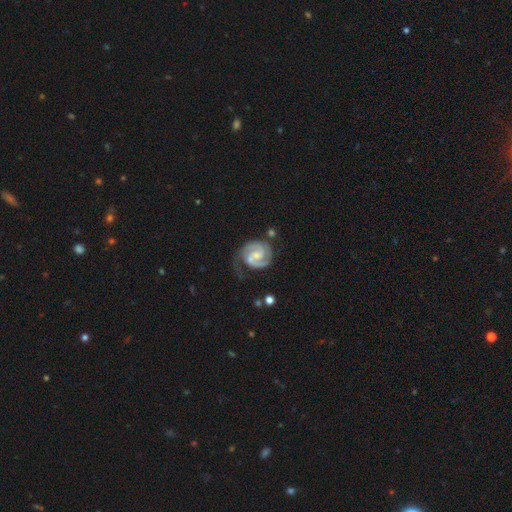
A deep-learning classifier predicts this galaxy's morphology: Smooth or featured?
  - featured or disk: 90% *
  - smooth: 6%
  - star or artifact: 4%
Edge-on disk?
  - no: 98% *
  - yes: 2%
Bar?
  - weak: 48% *
  - no: 39%
  - strong: 13%
Spiral arms?
  - yes: 98% *
  - no: 2%
Spiral winding?
  - tight: 53% *
  - medium: 40%
  - loose: 7%
Spiral arm count?
  - 2: 88% *
  - 3: 4%
  - can't tell: 3%
  - 1: 3%
  - 4: 1%
  - more than 4: 1%
Bulge size?
  - small: 49% *
  - moderate: 37%
  - none: 10%
  - large: 3%
  - dominant: 1%
Merging?
  - none: 60% *
  - minor disturbance: 22%
  - major disturbance: 11%
  - merger: 6%